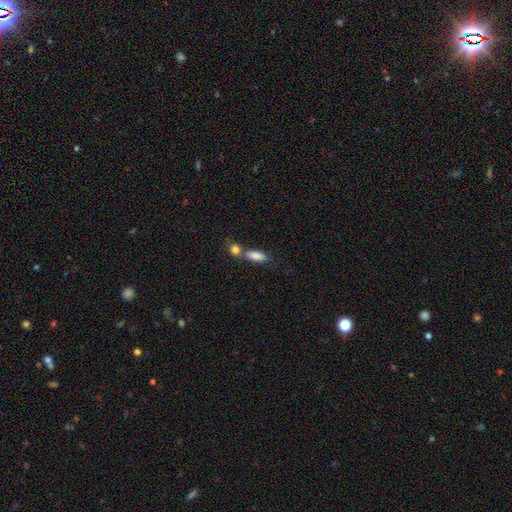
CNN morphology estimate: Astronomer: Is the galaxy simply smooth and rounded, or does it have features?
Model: smooth — 83%.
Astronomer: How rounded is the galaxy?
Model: in between — 70%.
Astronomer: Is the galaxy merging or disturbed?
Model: merger — 43% (runner-up: none, 42%).